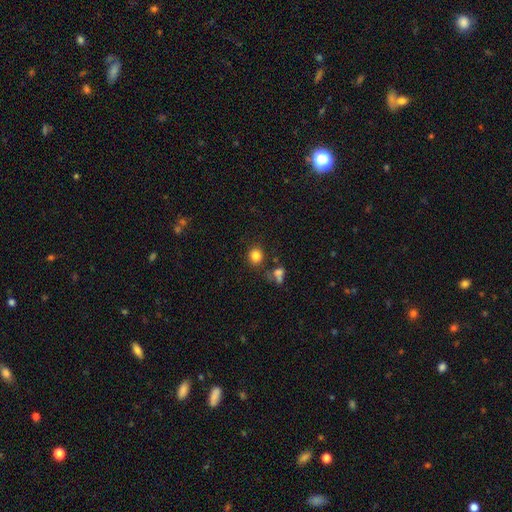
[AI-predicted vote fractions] Smooth or featured? smooth (83%)
How rounded? round (76%)
Merging? none (78%)